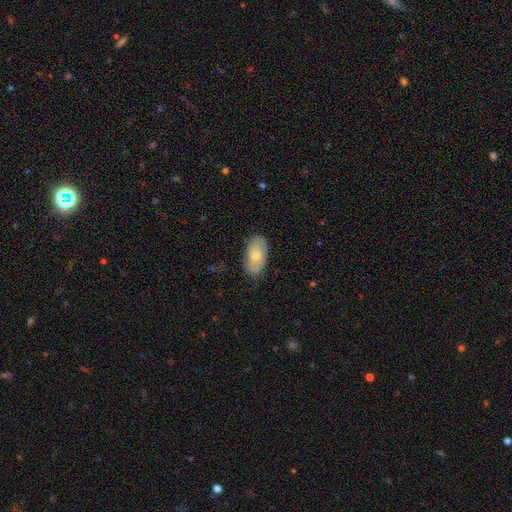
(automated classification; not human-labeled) Overall: smooth (58%; featured or disk 37%). How rounded: in between (93%). Merging: none (76%).